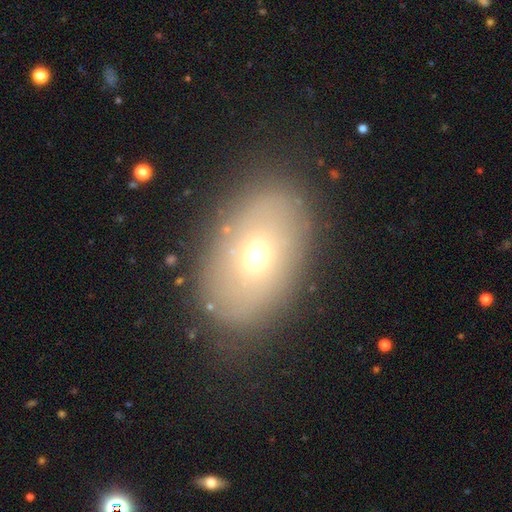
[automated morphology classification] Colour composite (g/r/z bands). It shows a smooth galaxy with no disk features (57%) that is in between round and cigar-shaped (81%). Merging: none (79%).